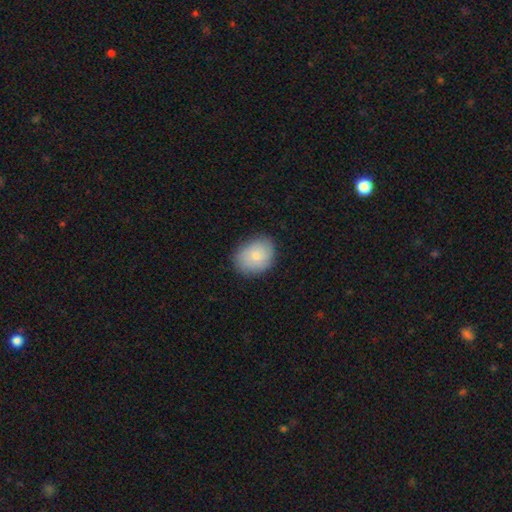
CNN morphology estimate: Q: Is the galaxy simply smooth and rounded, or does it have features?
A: smooth — 78%.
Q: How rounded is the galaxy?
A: in between — 58%.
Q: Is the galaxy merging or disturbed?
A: none — 80%.